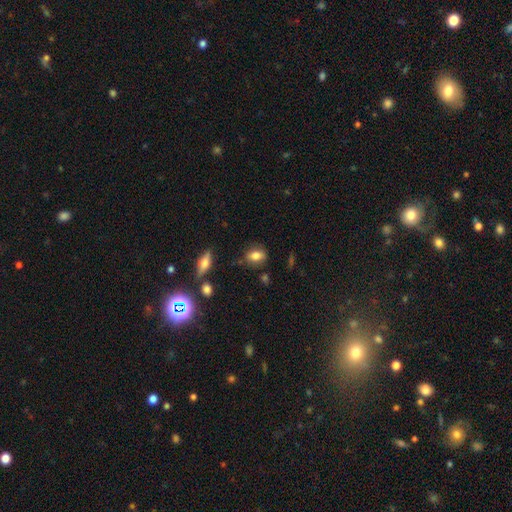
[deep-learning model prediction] smooth 79%, featured or disk 12%, star or artifact 10%. Down the decision tree: how rounded — in between (76%); merging — none (72%).